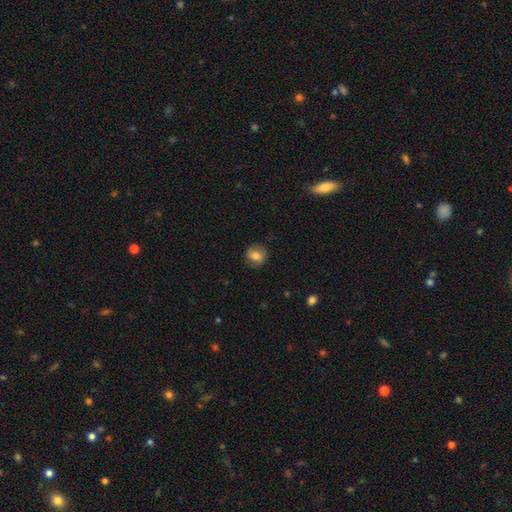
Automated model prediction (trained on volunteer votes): Morphology: type=smooth (73%); roundness=round (72%); merging=none (80%).